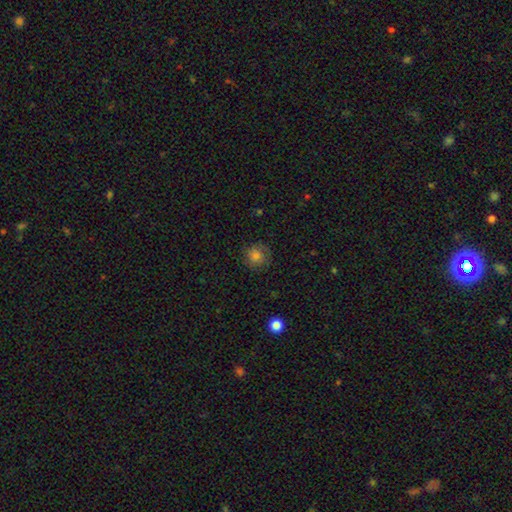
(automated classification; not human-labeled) The model was most divided on "merging": none: 80%, minor disturbance: 15%, major disturbance: 5%, merger: 1%. More confident: how rounded — round (90%); smooth or featured — smooth (80%).